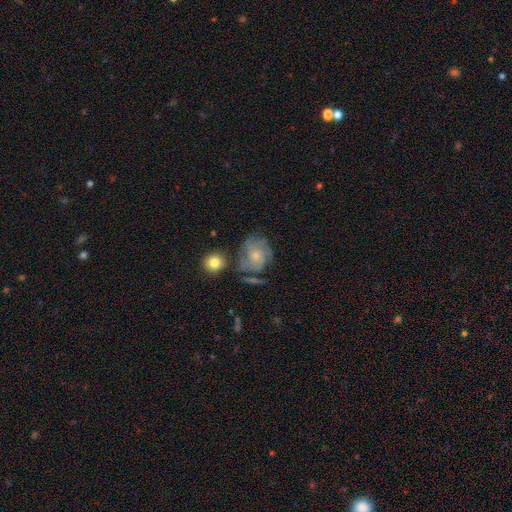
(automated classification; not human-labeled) Smooth or featured? Predicted: featured or disk (p=0.64). Edge-on disk? Predicted: no (p=0.97). Bar? Predicted: no (p=0.80). Spiral arms? Predicted: yes (p=0.86). Spiral winding? Predicted: tight (p=0.50). Spiral arm count? Predicted: can't tell (p=0.31, tied with 3). Bulge size? Predicted: small (p=0.55). Merging? Predicted: none (p=0.55).